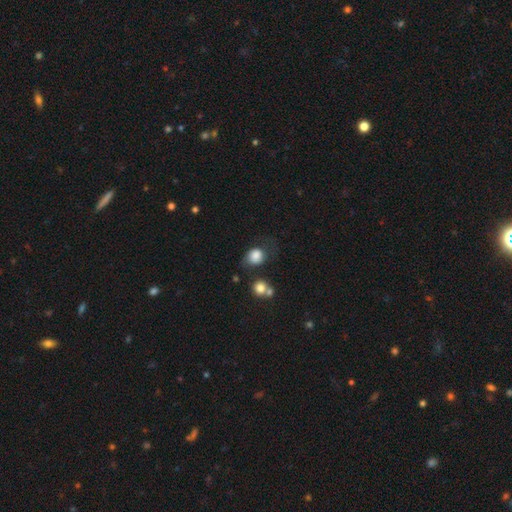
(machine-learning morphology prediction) The model was most divided on "merging": none: 50%, minor disturbance: 25%, major disturbance: 16%, merger: 9%. More confident: smooth or featured — smooth (80%); how rounded — round (64%).